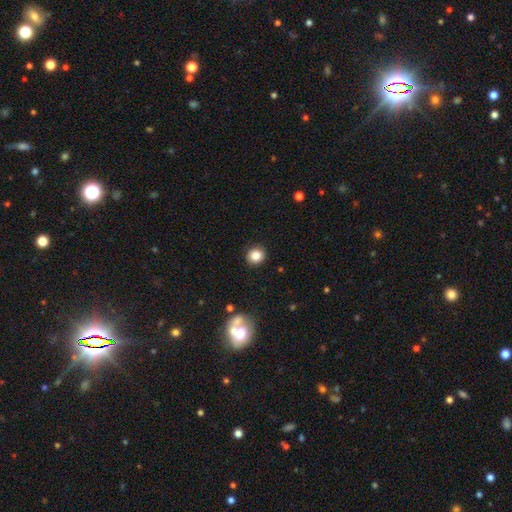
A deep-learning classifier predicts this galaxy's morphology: smooth-or-featured: smooth: 85% | star or artifact: 11% | featured or disk: 5%
  how-rounded: round: 89% | in between: 10% | cigar-shaped: 1%
  merging: none: 91% | minor disturbance: 6% | major disturbance: 2% | merger: 1%